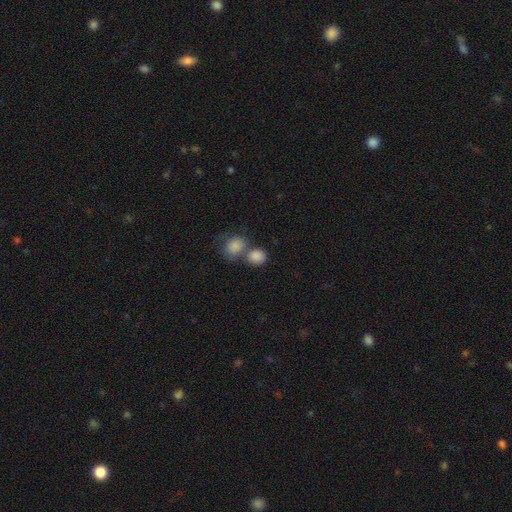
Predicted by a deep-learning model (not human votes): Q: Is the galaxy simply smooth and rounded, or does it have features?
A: smooth — 86%.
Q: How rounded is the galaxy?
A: round — 70%.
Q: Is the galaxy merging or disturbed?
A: merger — 47%.